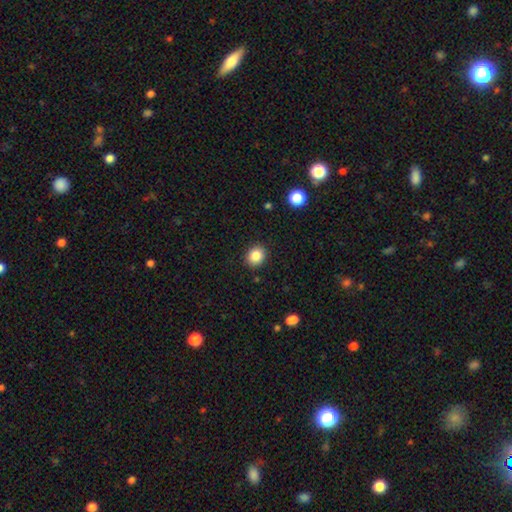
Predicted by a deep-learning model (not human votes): smooth 85%, star or artifact 10%, featured or disk 5%. Down the decision tree: how rounded — round (67%); merging — none (90%).